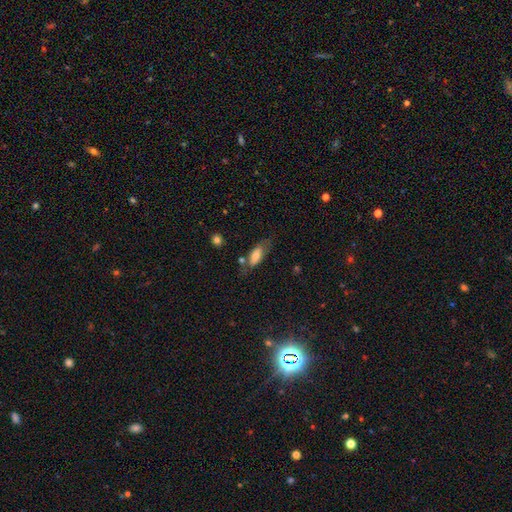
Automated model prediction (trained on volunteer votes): smooth 64%, featured or disk 29%, star or artifact 7%. Down the decision tree: how rounded — in between (76%); merging — none (58%).